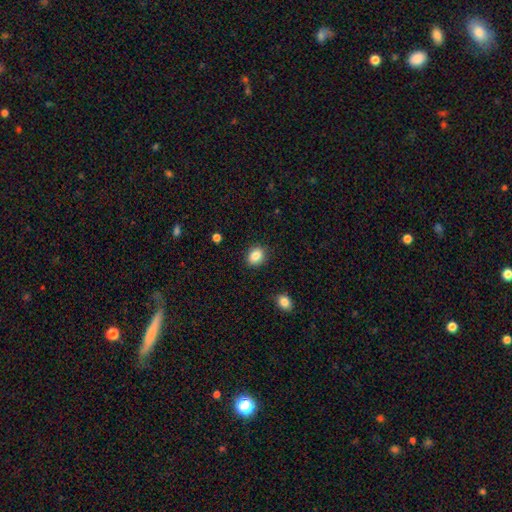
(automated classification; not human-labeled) Smooth or featured? Predicted: smooth (p=0.86). How rounded? Predicted: in between (p=0.54). Merging? Predicted: none (p=0.88).